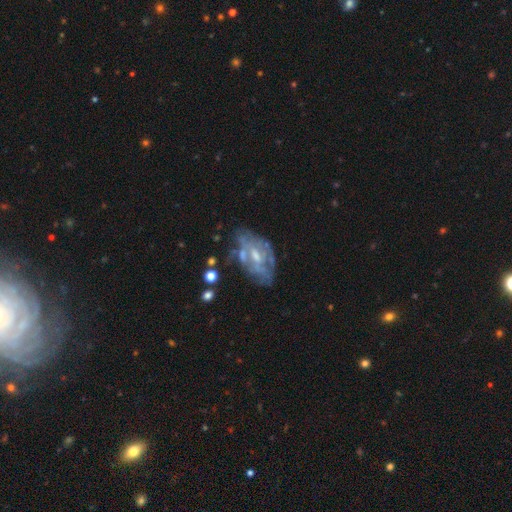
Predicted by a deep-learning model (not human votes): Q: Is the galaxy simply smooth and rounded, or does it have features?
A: featured or disk — 68%.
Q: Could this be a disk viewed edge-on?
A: no — 93%.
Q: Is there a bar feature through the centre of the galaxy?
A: no — 55%.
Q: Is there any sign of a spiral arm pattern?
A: no — 59%.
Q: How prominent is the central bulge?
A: moderate — 45%.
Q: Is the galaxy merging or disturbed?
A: none — 50%.